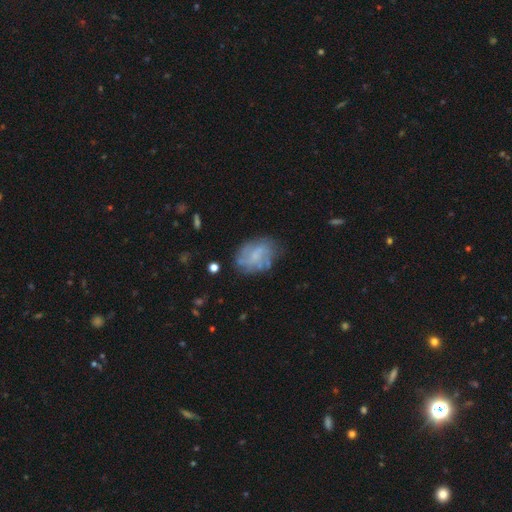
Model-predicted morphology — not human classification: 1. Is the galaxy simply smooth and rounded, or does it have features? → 53% featured or disk, 39% smooth, 9% star or artifact.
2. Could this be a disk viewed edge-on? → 97% no, 3% yes.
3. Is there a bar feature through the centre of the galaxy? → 55% no, 37% weak, 8% strong.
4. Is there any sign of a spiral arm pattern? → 59% yes, 41% no.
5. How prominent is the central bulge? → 48% none, 32% small, 16% moderate, 2% large, 1% dominant.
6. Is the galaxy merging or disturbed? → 64% none, 22% minor disturbance, 11% major disturbance, 3% merger.